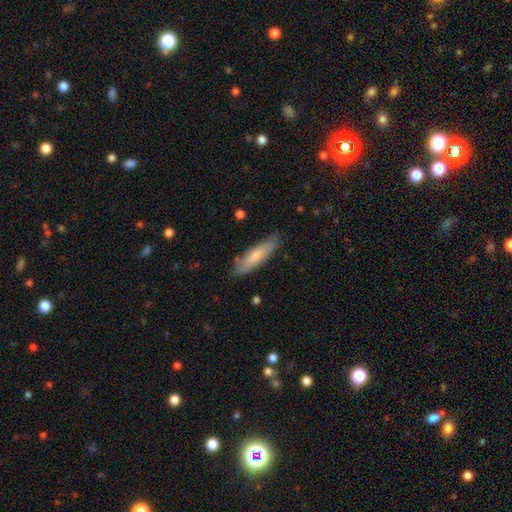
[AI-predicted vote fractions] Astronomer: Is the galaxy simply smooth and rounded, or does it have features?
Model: smooth — 71%.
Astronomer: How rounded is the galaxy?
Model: cigar-shaped — 67%.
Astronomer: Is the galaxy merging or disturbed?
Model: none — 80%.